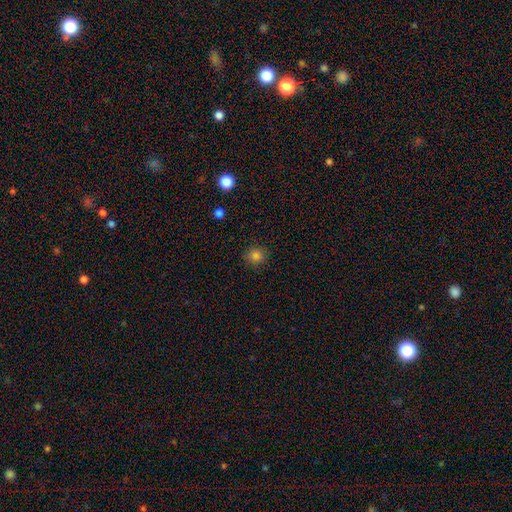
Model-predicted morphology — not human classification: A smooth galaxy with no disk features (82%) that is round (86%).

Vote fractions:
- Smooth or featured? smooth: 82% / star or artifact: 13% / featured or disk: 5%
- How rounded? round: 86% / in between: 13% / cigar-shaped: 1%
- Merging? none: 89% / minor disturbance: 8% / major disturbance: 2% / merger: 1%